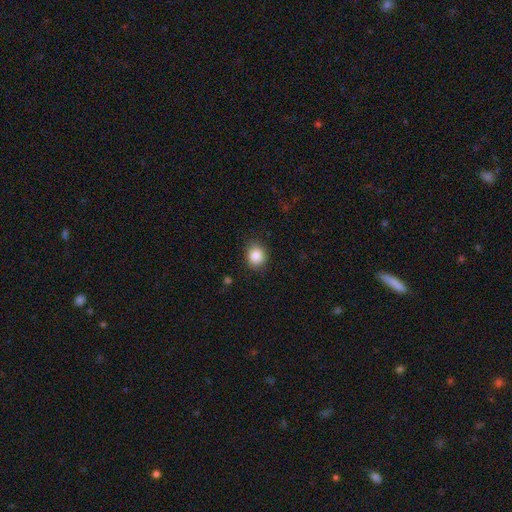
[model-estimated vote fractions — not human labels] Overall: smooth (86%). How rounded: round (73%). Merging: none (87%).